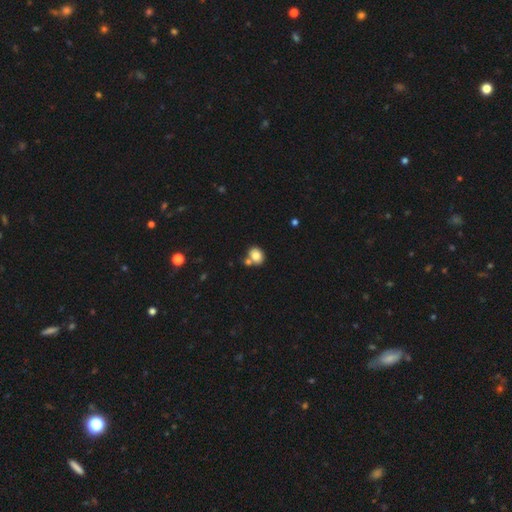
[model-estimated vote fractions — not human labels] This is clearly a smooth galaxy (82%). How rounded: possibly round (50%). Merging: possibly none (59%).